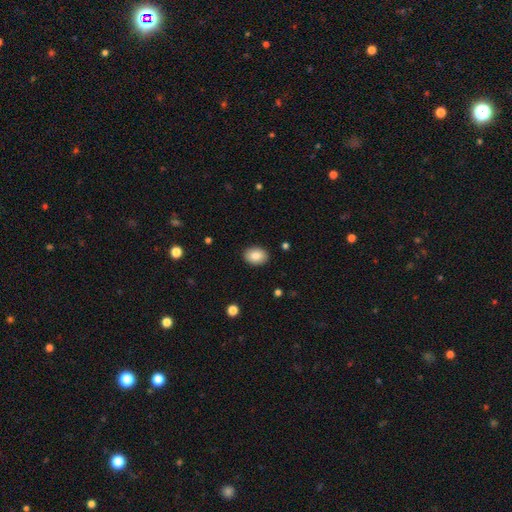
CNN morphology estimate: This appears to be a smooth galaxy with no disk features (86%) that is in between round and cigar-shaped (74%). Merging: none (89%).